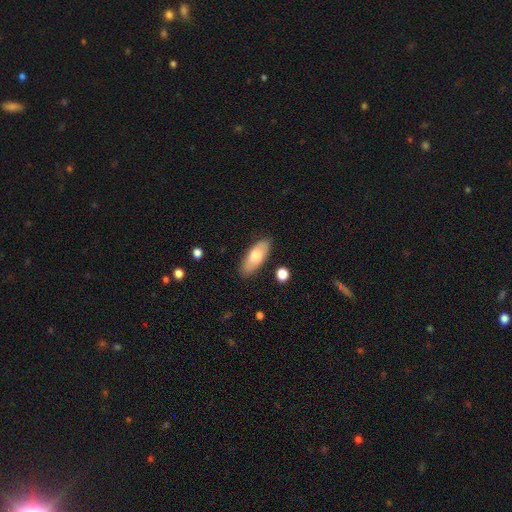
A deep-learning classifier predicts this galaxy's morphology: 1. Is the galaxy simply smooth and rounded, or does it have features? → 76% smooth, 18% featured or disk, 6% star or artifact.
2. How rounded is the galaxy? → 78% in between, 20% cigar-shaped, 2% round.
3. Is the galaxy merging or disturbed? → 85% none, 11% minor disturbance, 2% major disturbance, 2% merger.